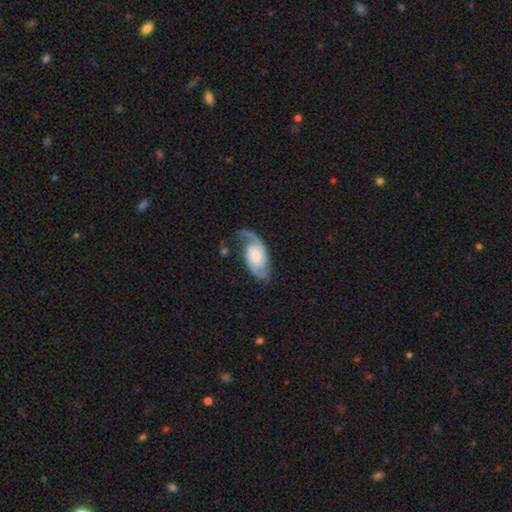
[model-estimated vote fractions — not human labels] featured or disk 83%, smooth 12%, star or artifact 5%. Down the decision tree: edge-on disk — no (96%); bar — no (59%); spiral arms — yes (96%); spiral arm count — 2 (87%); spiral winding — medium (48%); bulge size — small (35%); merging — none (67%).